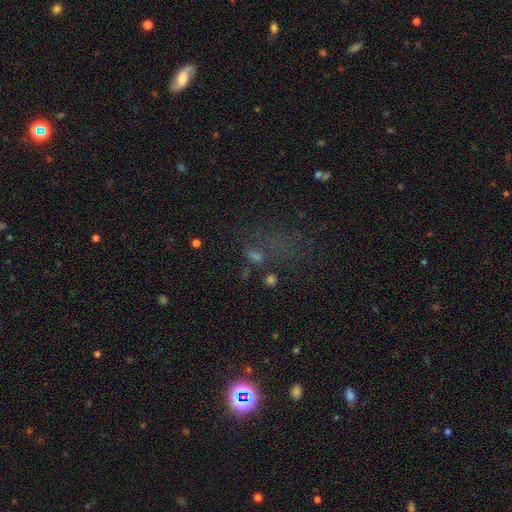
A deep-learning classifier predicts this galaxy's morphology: This appears to be a star or artifact, not a galaxy (41%).